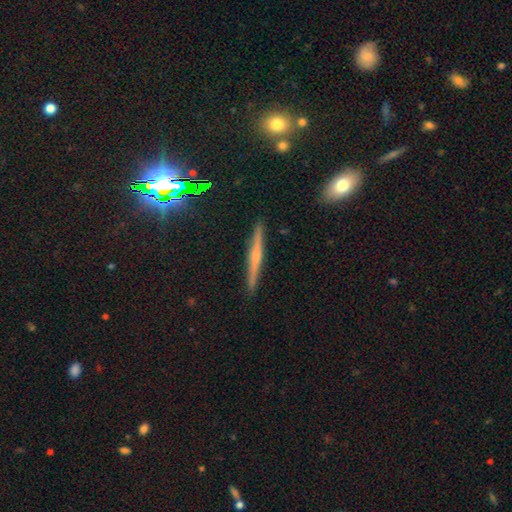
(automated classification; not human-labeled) Smooth or featured? featured or disk (63%)
Edge-on disk? yes (97%)
Edge-on bulge? rounded (65%)
Merging? none (91%)